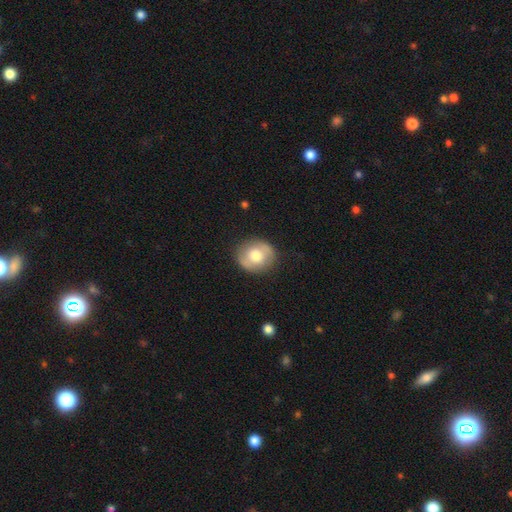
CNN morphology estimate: Smooth or featured: smooth — 64% (featured or disk — 30%)
How rounded: round — 76% (in between — 23%)
Merging: none — 84% (minor disturbance — 11%)